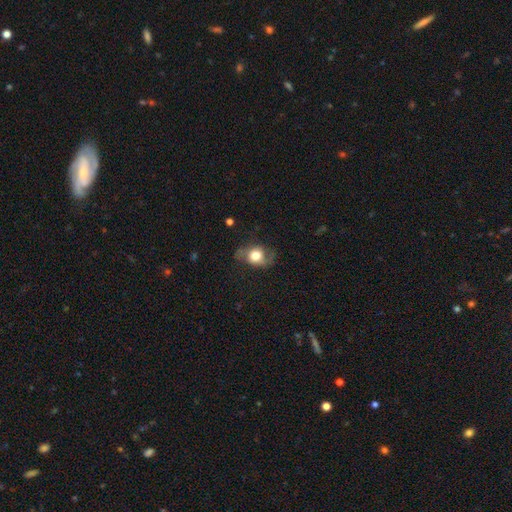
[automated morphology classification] Q: Smooth or featured?
A: smooth (60%); runner-up: featured or disk (31%)
Q: How rounded?
A: in between (50%); runner-up: round (48%)
Q: Merging?
A: none (60%); runner-up: minor disturbance (25%)